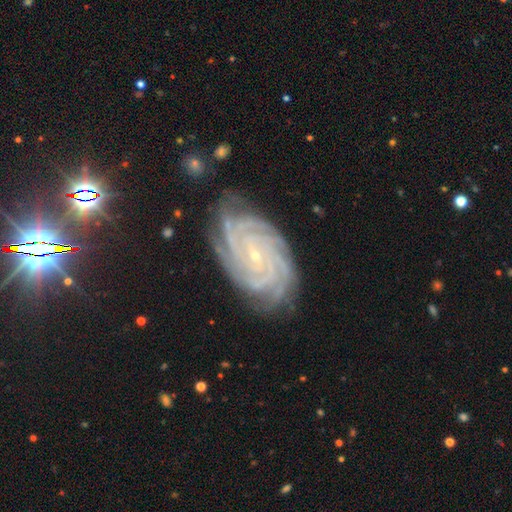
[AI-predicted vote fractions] smooth_or_featured: featured or disk (p=0.90) [alt: star or artifact p=0.06]
disk_edge_on: no (p=0.97) [alt: yes p=0.03]
bar: no (p=0.60) [alt: weak p=0.28]
has_spiral_arms: yes (p=0.99) [alt: no p=0.01]
spiral_winding: tight (p=0.83) [alt: medium p=0.15]
spiral_arm_count: 4 (p=0.33) [alt: more than 4 p=0.26]
bulge_size: small (p=0.86) [alt: moderate p=0.11]
merging: none (p=0.80) [alt: minor disturbance p=0.15]